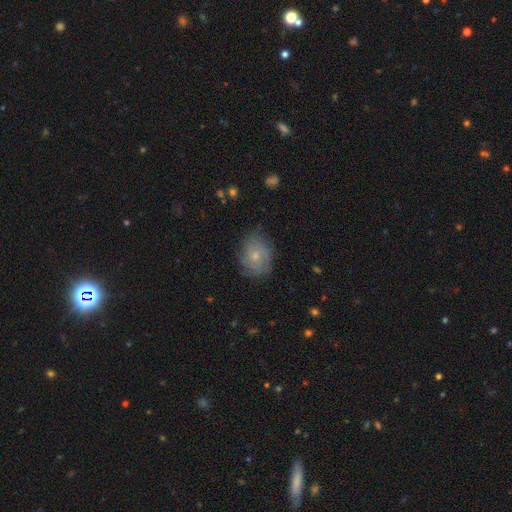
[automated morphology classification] This appears to be a smooth galaxy with no disk features (47%). Merging: none (69%).